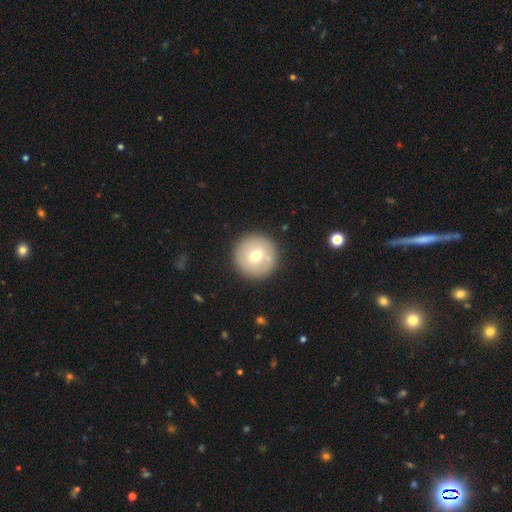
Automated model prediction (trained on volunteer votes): smooth 67%, featured or disk 24%, star or artifact 9%. Down the decision tree: how rounded — round (96%); merging — none (89%).